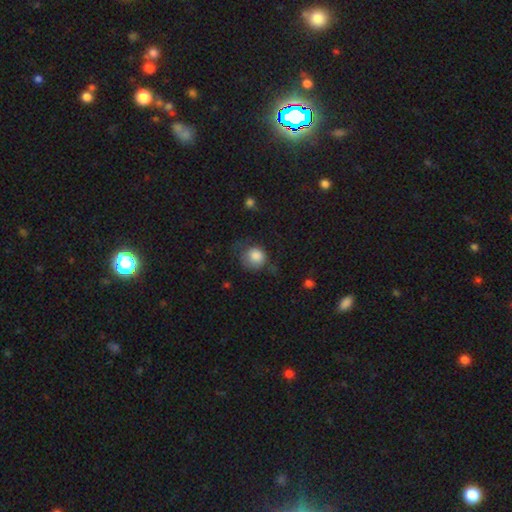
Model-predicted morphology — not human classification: The model was most divided on "merging": none: 45%, minor disturbance: 31%, major disturbance: 21%, merger: 3%. More confident: smooth or featured — smooth (84%); how rounded — round (81%).